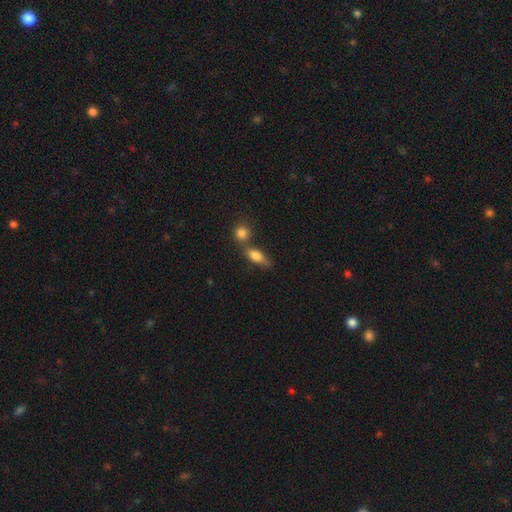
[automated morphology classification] smooth_or_featured: smooth (p=0.77) [alt: featured or disk p=0.14]
how_rounded: in between (p=0.73) [alt: cigar-shaped p=0.18]
merging: none (p=0.44) [alt: merger p=0.37]